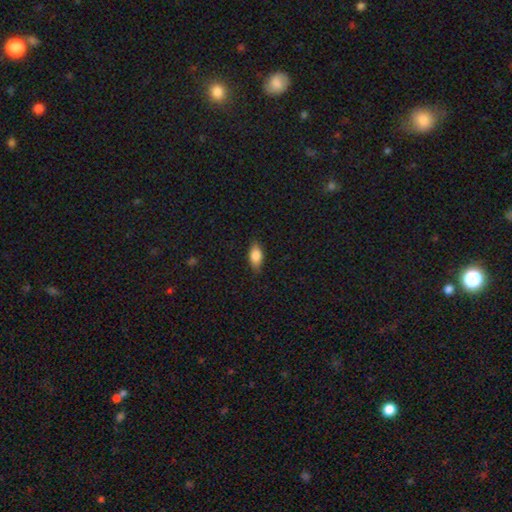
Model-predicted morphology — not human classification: smooth_or_featured: smooth (p=0.81) [alt: featured or disk p=0.12]
how_rounded: in between (p=0.87) [alt: cigar-shaped p=0.09]
merging: none (p=0.85) [alt: minor disturbance p=0.11]